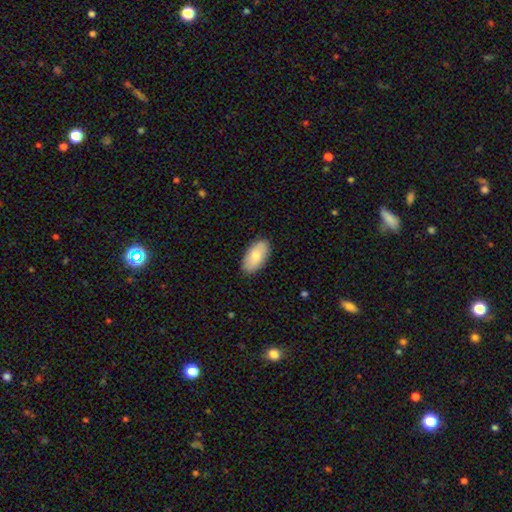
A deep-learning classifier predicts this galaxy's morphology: Smooth or featured: smooth — 76% (featured or disk — 18%)
How rounded: in between — 94% (cigar-shaped — 3%)
Merging: none — 87% (minor disturbance — 10%)